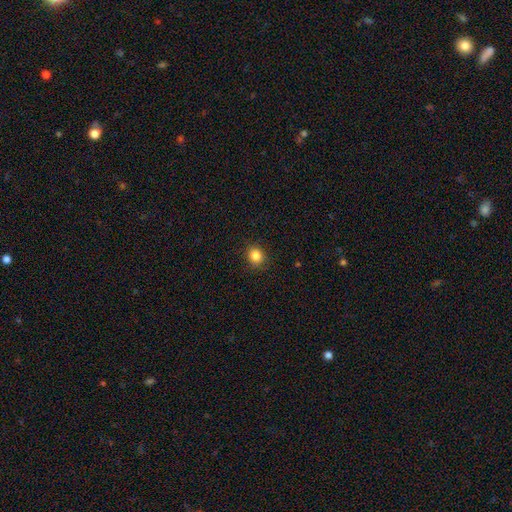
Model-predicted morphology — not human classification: Smooth or featured? smooth (85%)
How rounded? round (77%)
Merging? none (88%)